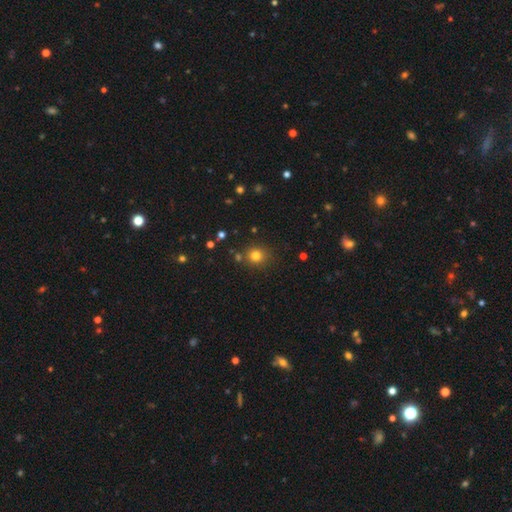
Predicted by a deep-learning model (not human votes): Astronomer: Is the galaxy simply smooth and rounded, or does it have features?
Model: smooth — 78%.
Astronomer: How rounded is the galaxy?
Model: round — 88%.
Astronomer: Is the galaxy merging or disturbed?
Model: none — 82%.